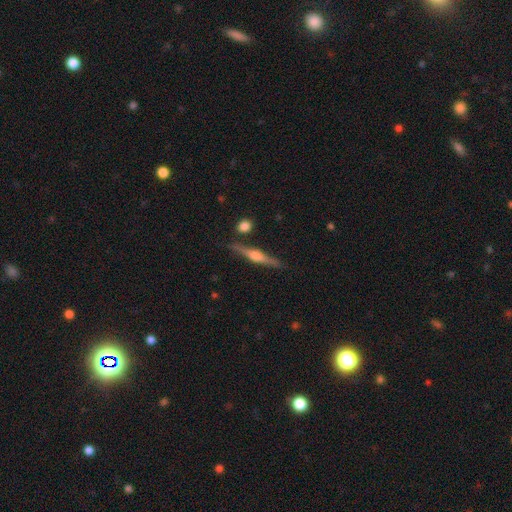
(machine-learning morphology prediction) Smooth or featured?
  - featured or disk: 77% *
  - smooth: 17%
  - star or artifact: 6%
Edge-on disk?
  - yes: 98% *
  - no: 2%
Edge-on bulge?
  - rounded: 88% *
  - boxy: 9%
  - none: 4%
Merging?
  - none: 86% *
  - minor disturbance: 9%
  - merger: 4%
  - major disturbance: 2%